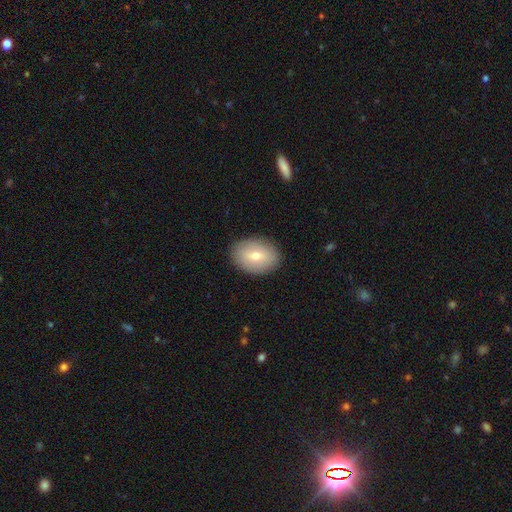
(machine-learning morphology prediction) The model was most divided on "smooth or featured": smooth: 68%, featured or disk: 25%, star or artifact: 8%. More confident: merging — none (88%); how rounded — in between (77%).